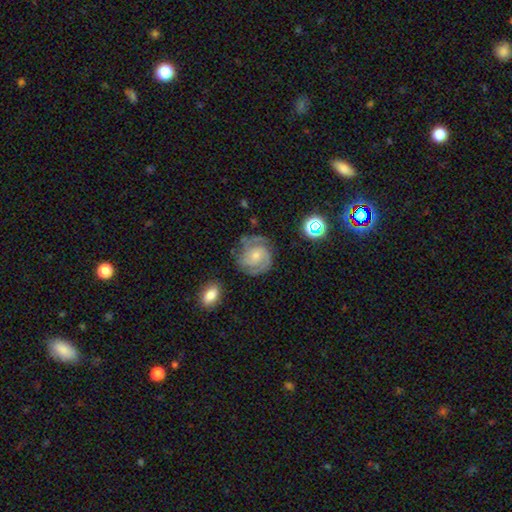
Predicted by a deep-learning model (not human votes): Smooth or featured? featured or disk (81%)
Edge-on disk? no (98%)
Bar? no (65%)
Spiral arms? yes (96%)
Spiral winding? tight (54%)
Spiral arm count? 2 (53%)
Bulge size? small (58%)
Merging? none (70%)